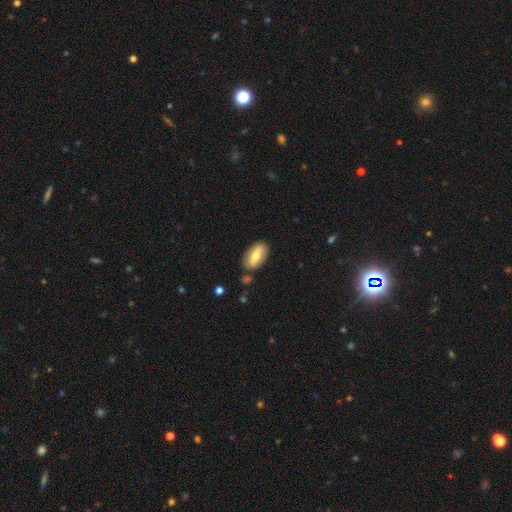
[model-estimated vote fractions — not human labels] Smooth or featured: smooth — 63% (featured or disk — 30%)
How rounded: in between — 88% (cigar-shaped — 8%)
Merging: none — 82% (minor disturbance — 12%)